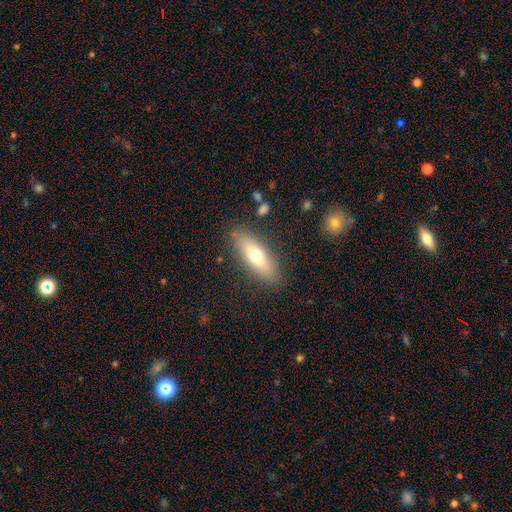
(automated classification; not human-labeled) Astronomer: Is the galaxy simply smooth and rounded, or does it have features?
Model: smooth — 64%.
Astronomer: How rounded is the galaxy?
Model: in between — 51% (runner-up: cigar-shaped, 46%).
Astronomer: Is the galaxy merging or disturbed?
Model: none — 85%.